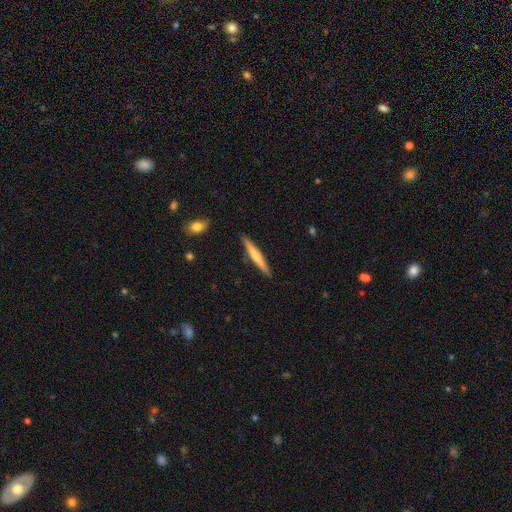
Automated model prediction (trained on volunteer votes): smooth-or-featured: smooth: 50% | featured or disk: 45% | star or artifact: 5%
  how-rounded: cigar-shaped: 95% | in between: 4% | round: 1%
  merging: none: 90% | minor disturbance: 7% | major disturbance: 1% | merger: 1%